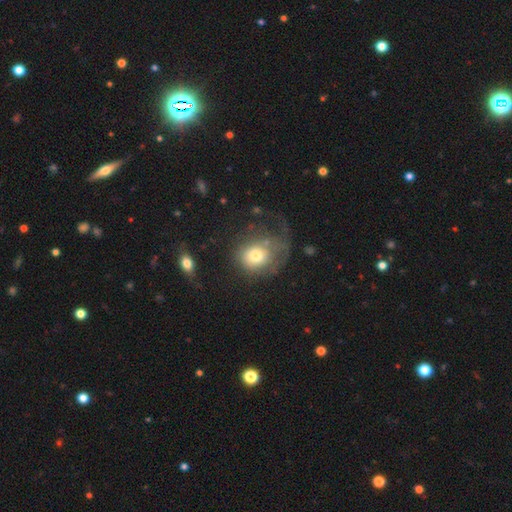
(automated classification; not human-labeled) A smooth galaxy with no disk features (69%) that is round (68%).

Vote fractions:
- Smooth or featured? smooth: 69% / featured or disk: 21% / star or artifact: 10%
- How rounded? round: 68% / in between: 31% / cigar-shaped: 1%
- Merging? major disturbance: 40% / none: 34% / minor disturbance: 20% / merger: 6%